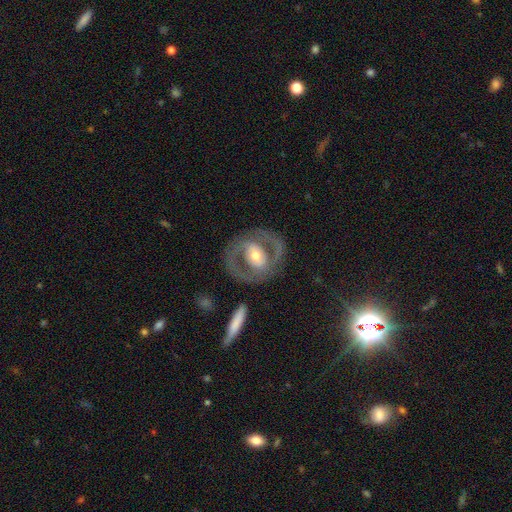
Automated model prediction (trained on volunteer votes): This appears to be a featured or disk galaxy (76%) with no bar (44%), spiral arms (59%) and a moderate central bulge (68%). Merging: none (78%).